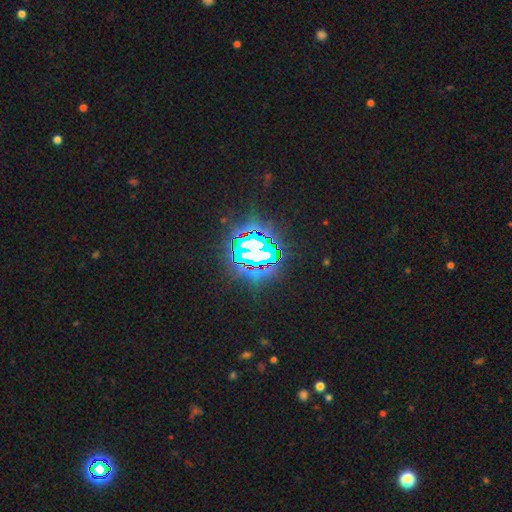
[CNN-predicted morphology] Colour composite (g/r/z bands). It shows a star or artifact, not a galaxy (79%).